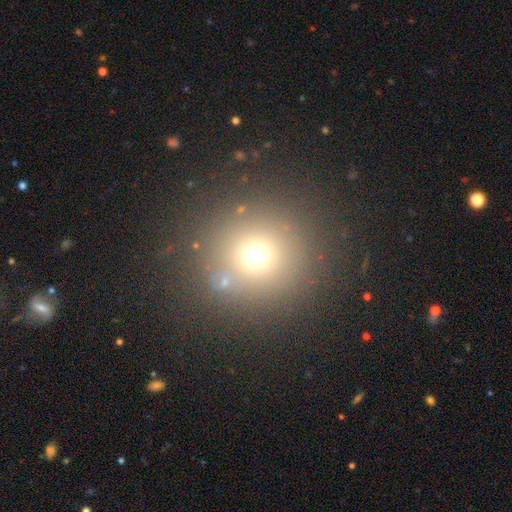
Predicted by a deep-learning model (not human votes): smooth_or_featured: smooth (p=0.66) [alt: star or artifact p=0.24]
how_rounded: round (p=0.93) [alt: in between p=0.06]
merging: none (p=0.85) [alt: minor disturbance p=0.07]